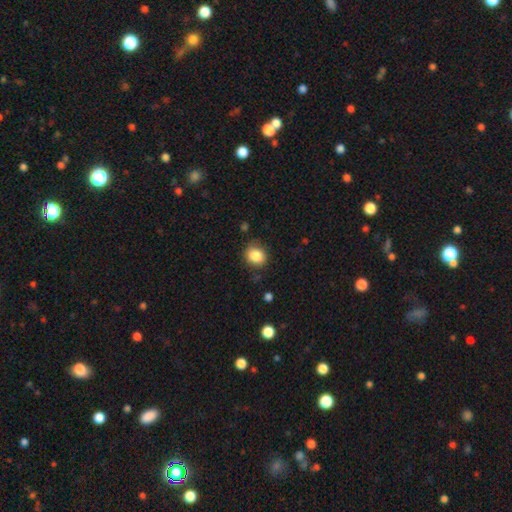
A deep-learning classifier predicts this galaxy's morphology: Smooth or featured? Predicted: smooth (p=0.85). How rounded? Predicted: round (p=0.76). Merging? Predicted: none (p=0.78).